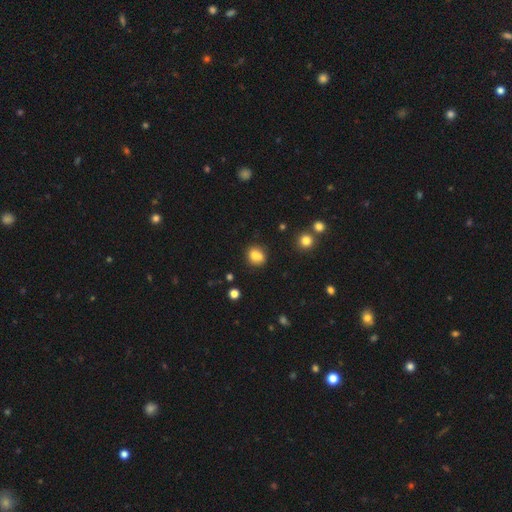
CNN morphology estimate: Overall: smooth (76%). How rounded: round (70%). Merging: none (54%; merger 27%).